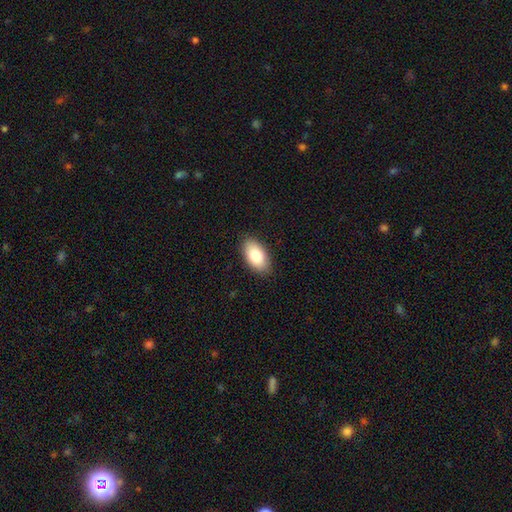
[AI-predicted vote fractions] Q: Smooth or featured?
A: smooth (82%); runner-up: featured or disk (11%)
Q: How rounded?
A: in between (94%); runner-up: round (3%)
Q: Merging?
A: none (88%); runner-up: minor disturbance (9%)